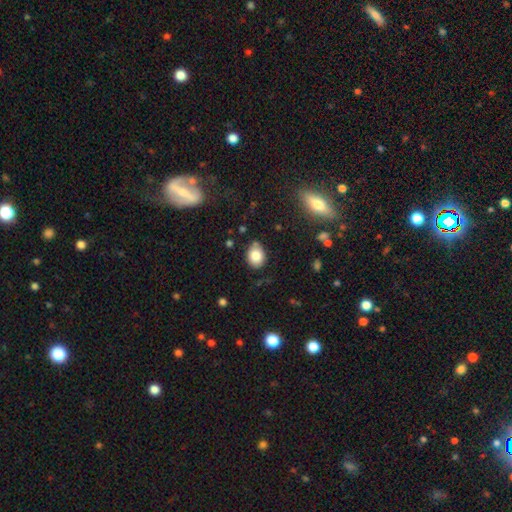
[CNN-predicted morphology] Q: Smooth or featured?
A: smooth (82%); runner-up: star or artifact (9%)
Q: How rounded?
A: in between (63%); runner-up: round (36%)
Q: Merging?
A: none (78%); runner-up: minor disturbance (17%)